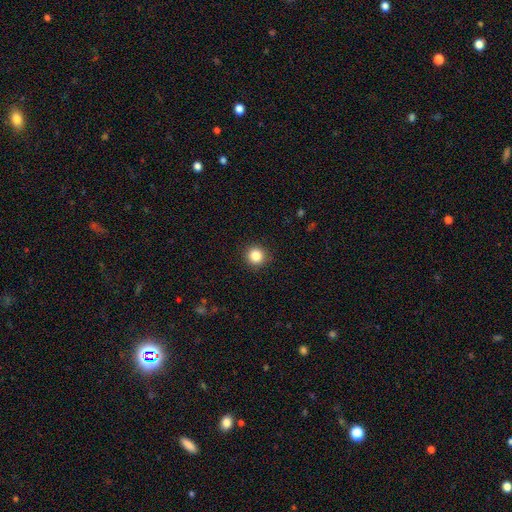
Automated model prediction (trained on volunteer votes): Smooth or featured? smooth (85%)
How rounded? round (94%)
Merging? none (92%)